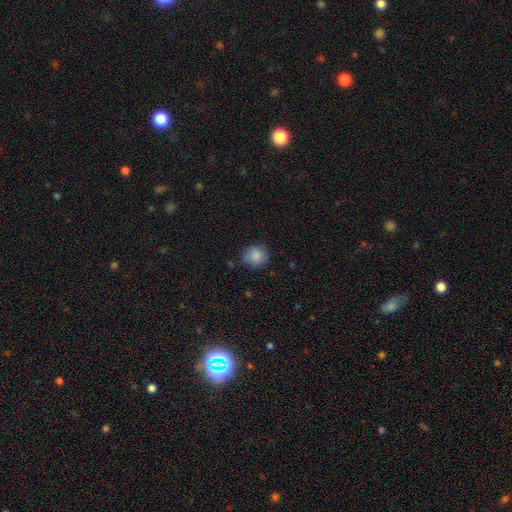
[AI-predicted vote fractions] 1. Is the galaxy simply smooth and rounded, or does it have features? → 84% smooth, 8% star or artifact, 8% featured or disk.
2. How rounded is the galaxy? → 84% round, 15% in between, 1% cigar-shaped.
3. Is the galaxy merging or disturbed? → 79% none, 16% minor disturbance, 4% major disturbance, 2% merger.